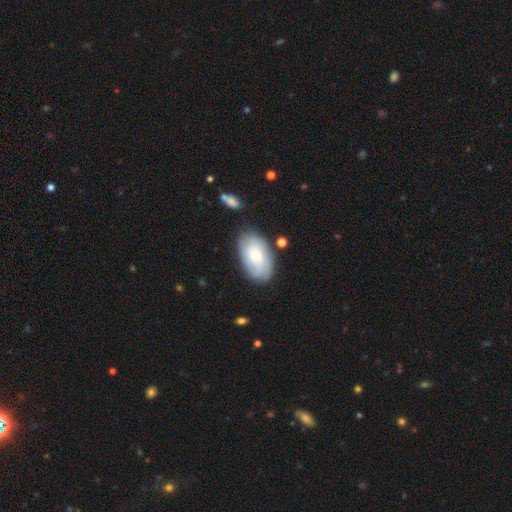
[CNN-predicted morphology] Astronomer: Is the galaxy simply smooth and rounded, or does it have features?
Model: smooth — 50% (runner-up: featured or disk, 43%).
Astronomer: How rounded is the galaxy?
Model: in between — 93%.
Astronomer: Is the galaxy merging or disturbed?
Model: none — 74%.